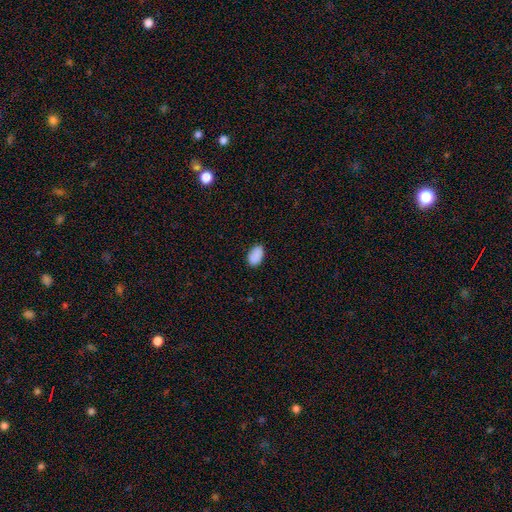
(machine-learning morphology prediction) smooth 89%, star or artifact 8%, featured or disk 3%. Down the decision tree: how rounded — in between (92%); merging — none (84%).